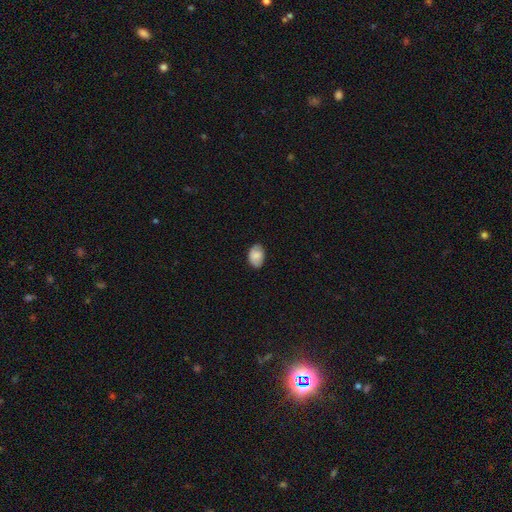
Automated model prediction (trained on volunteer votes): Smooth or featured: smooth — 80% (featured or disk — 13%)
How rounded: in between — 84% (round — 15%)
Merging: none — 79% (minor disturbance — 17%)